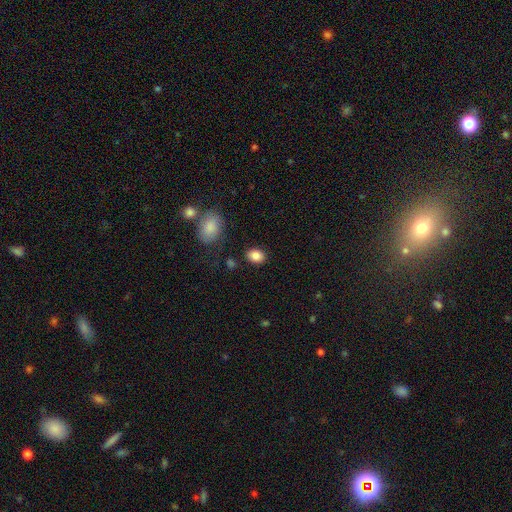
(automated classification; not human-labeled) Smooth or featured? Predicted: smooth (p=0.85). How rounded? Predicted: in between (p=0.68). Merging? Predicted: none (p=0.85).